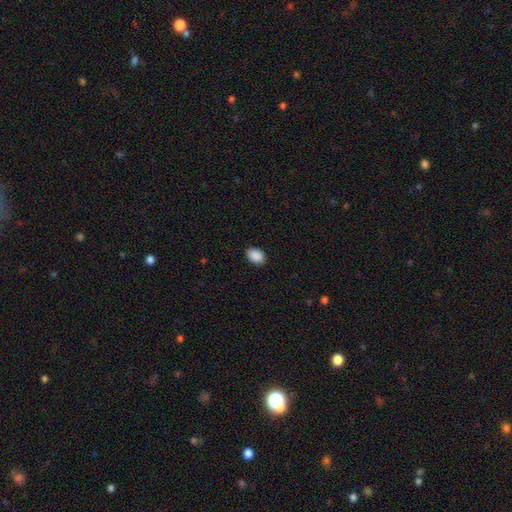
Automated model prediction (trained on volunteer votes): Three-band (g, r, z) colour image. It shows a smooth galaxy with no disk features (91%) that is in between round and cigar-shaped (82%). Merging: none (89%).